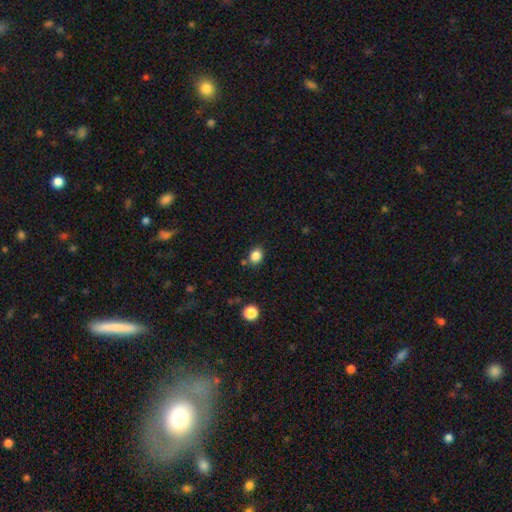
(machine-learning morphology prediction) Smooth or featured: smooth — 85% (star or artifact — 11%)
How rounded: round — 55% (in between — 44%)
Merging: none — 79% (minor disturbance — 12%)